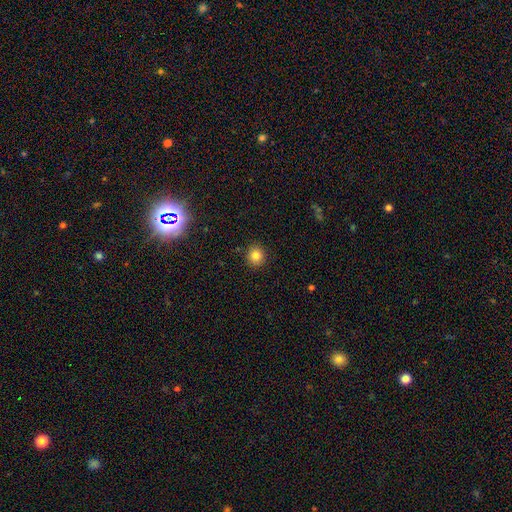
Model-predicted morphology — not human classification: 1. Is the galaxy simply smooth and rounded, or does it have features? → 83% smooth, 12% star or artifact, 6% featured or disk.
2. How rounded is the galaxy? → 90% round, 9% in between, 1% cigar-shaped.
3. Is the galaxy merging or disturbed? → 91% none, 6% minor disturbance, 2% major disturbance, 1% merger.